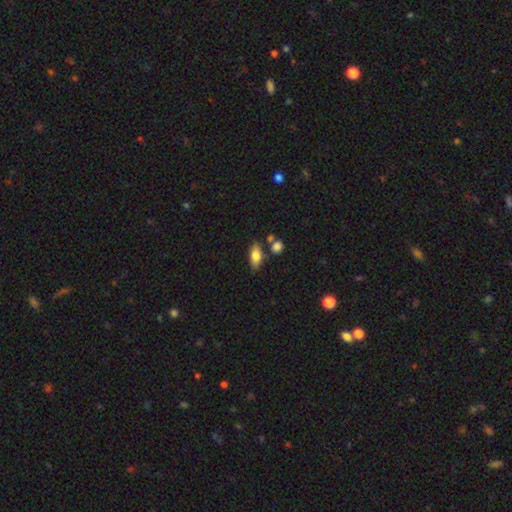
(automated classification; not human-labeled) This appears to be a smooth galaxy with no disk features (77%) that is in between round and cigar-shaped (83%). Merging: none (73%).